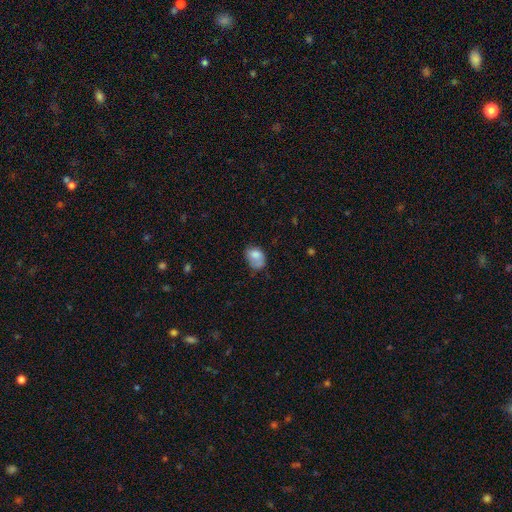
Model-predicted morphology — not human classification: Smooth or featured? Predicted: smooth (p=0.76). How rounded? Predicted: in between (p=0.76). Merging? Predicted: none (p=0.41).